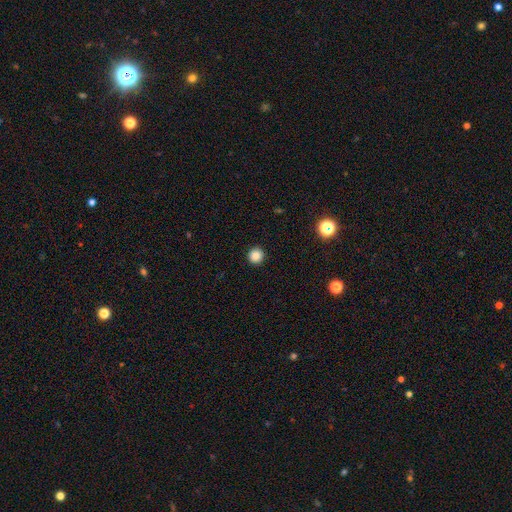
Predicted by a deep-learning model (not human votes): smooth 85%, star or artifact 11%, featured or disk 4%. Down the decision tree: how rounded — round (95%); merging — none (93%).